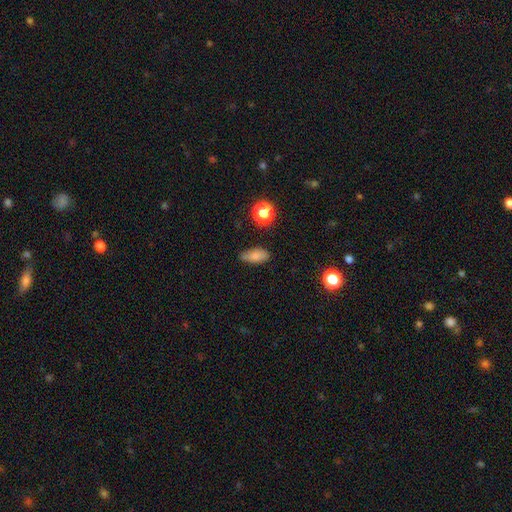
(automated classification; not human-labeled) Q: Smooth or featured?
A: smooth (80%); runner-up: star or artifact (11%)
Q: How rounded?
A: in between (83%); runner-up: cigar-shaped (11%)
Q: Merging?
A: none (74%); runner-up: minor disturbance (20%)